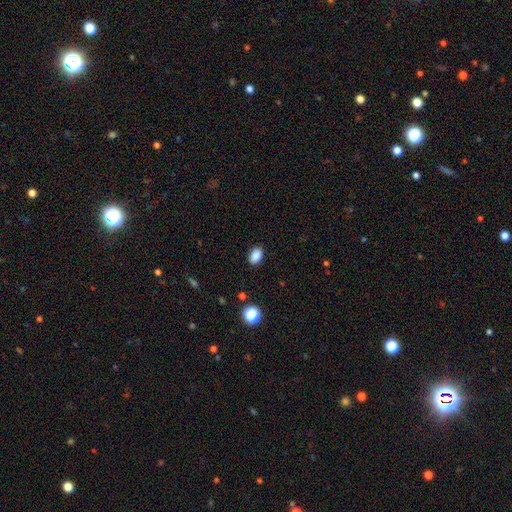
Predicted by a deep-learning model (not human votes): A smooth galaxy with no disk features (87%) that is in between round and cigar-shaped (83%). Merging: none (88%).